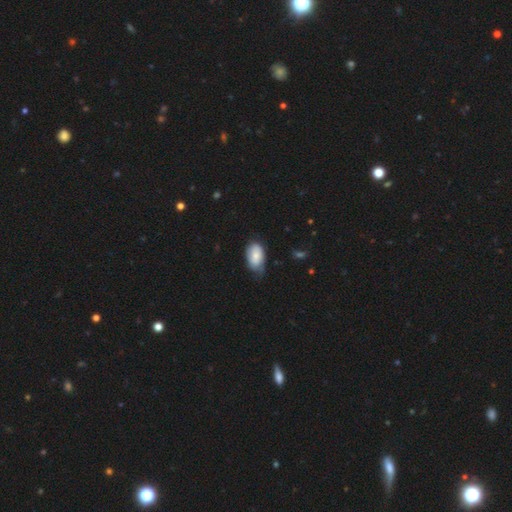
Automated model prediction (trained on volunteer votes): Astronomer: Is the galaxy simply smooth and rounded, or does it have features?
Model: smooth — 77%.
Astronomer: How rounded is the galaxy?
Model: in between — 93%.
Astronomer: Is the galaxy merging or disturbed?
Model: none — 53% (runner-up: minor disturbance, 37%).